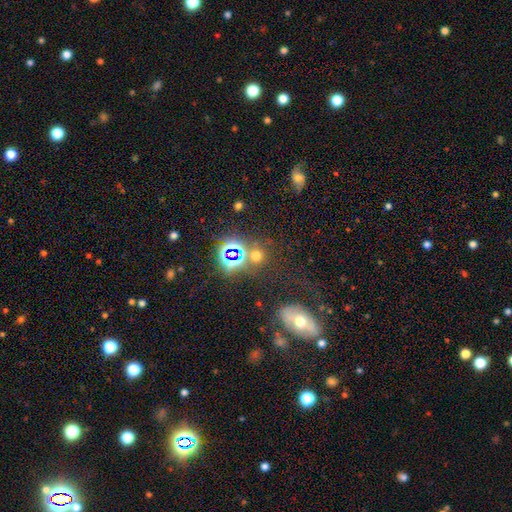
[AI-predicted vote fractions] Overall: smooth (48%; star or artifact 45%). Merging: none (70%).